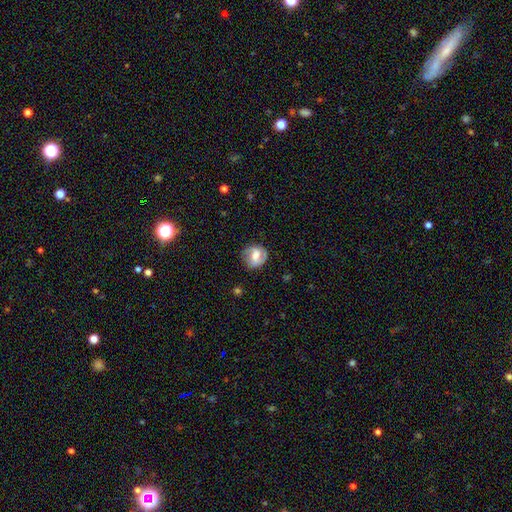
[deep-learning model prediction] Smooth or featured? Predicted: featured or disk (p=0.61). Edge-on disk? Predicted: no (p=0.97). Bar? Predicted: weak (p=0.48). Spiral arms? Predicted: yes (p=0.83). Bulge size? Predicted: moderate (p=0.58). Merging? Predicted: none (p=0.77).